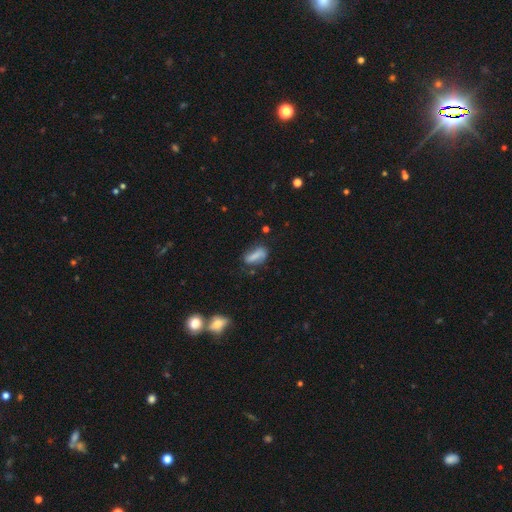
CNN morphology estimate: smooth_or_featured: smooth (p=0.71) [alt: featured or disk p=0.20]
how_rounded: in between (p=0.66) [alt: cigar-shaped p=0.30]
merging: none (p=0.57) [alt: minor disturbance p=0.27]